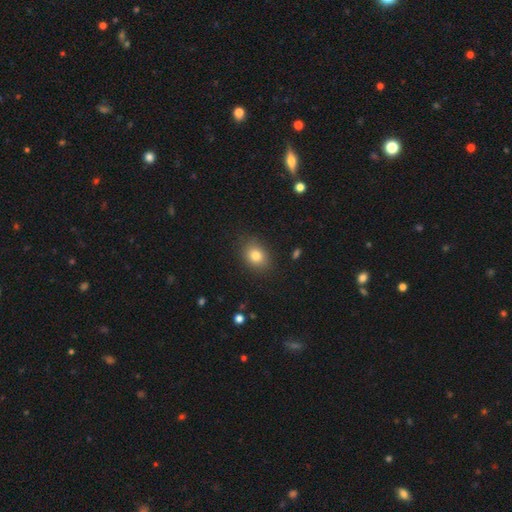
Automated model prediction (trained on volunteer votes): smooth-or-featured: smooth: 81% | star or artifact: 11% | featured or disk: 8%
  how-rounded: in between: 54% | round: 45% | cigar-shaped: 1%
  merging: none: 84% | minor disturbance: 12% | major disturbance: 3% | merger: 1%